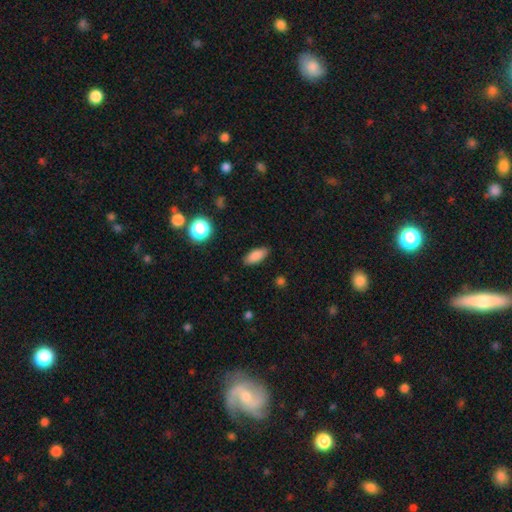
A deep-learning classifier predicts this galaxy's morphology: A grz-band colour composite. It shows a smooth galaxy with no disk features (85%) that is in between round and cigar-shaped (81%). Merging: none (88%).